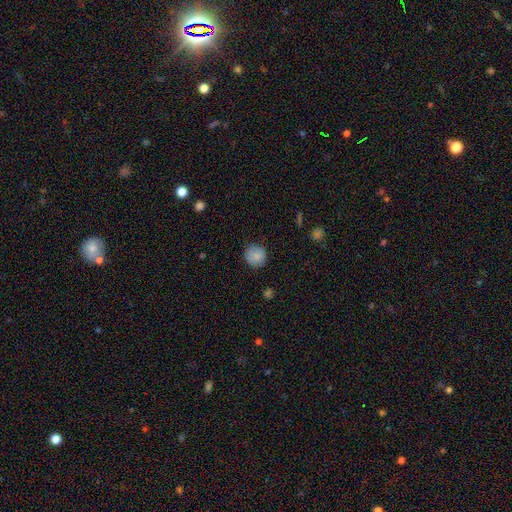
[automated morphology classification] Smooth or featured? Predicted: smooth (p=0.86). How rounded? Predicted: round (p=0.92). Merging? Predicted: none (p=0.84).